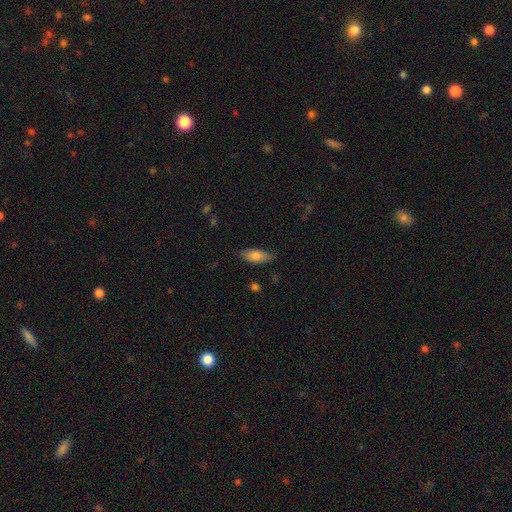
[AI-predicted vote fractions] Smooth or featured: smooth — 79% (featured or disk — 14%)
How rounded: in between — 82% (cigar-shaped — 16%)
Merging: none — 78% (minor disturbance — 17%)